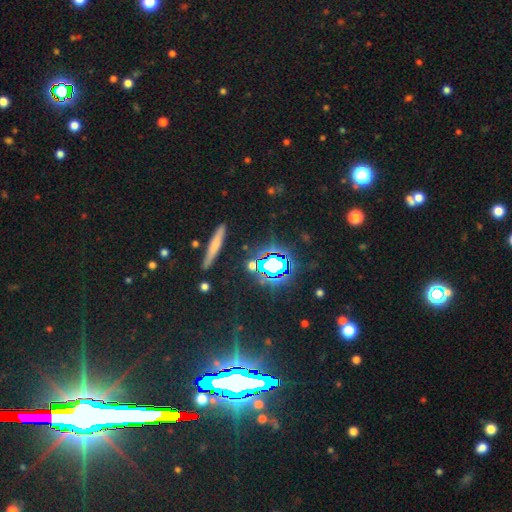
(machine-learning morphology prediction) Smooth or featured?
  - star or artifact: 73% *
  - featured or disk: 15%
  - smooth: 12%